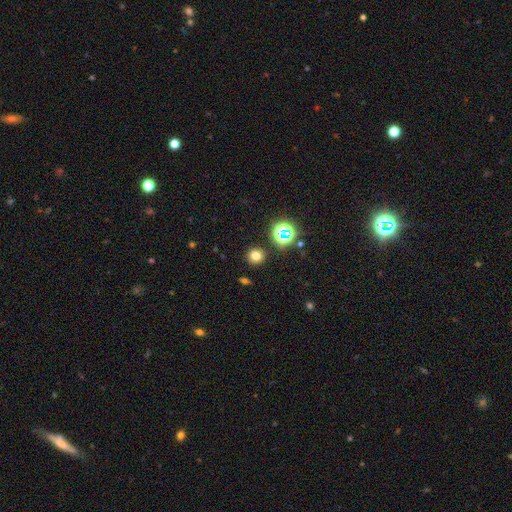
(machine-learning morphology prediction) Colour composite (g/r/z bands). It shows a smooth galaxy with no disk features (71%) that is round (89%). Merging: none (89%).